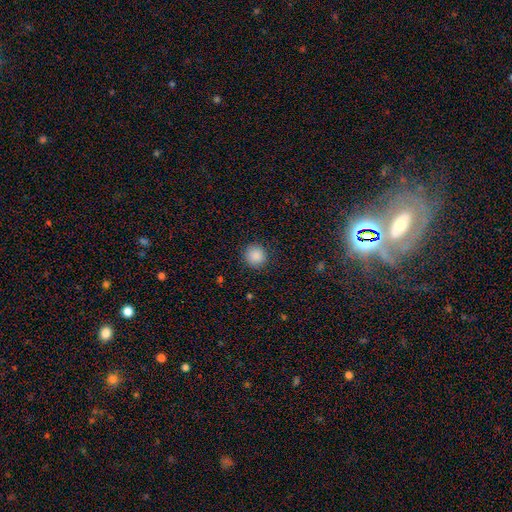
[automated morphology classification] This appears to be a smooth galaxy with no disk features (87%) that is round (93%). Merging: none (90%).